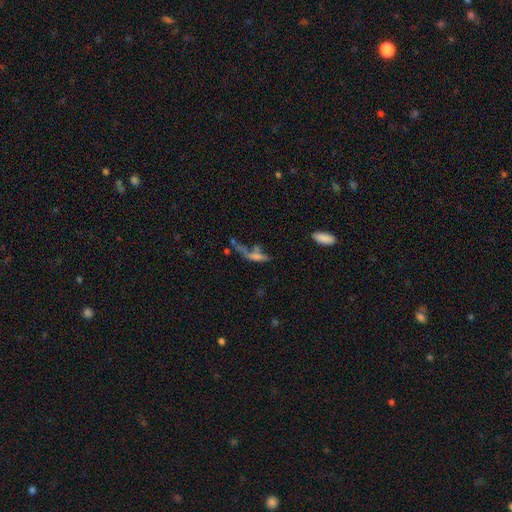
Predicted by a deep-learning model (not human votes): The model was most divided on "merging": none: 32%, merger: 28%, major disturbance: 25%, minor disturbance: 15%. Remaining: smooth or featured — smooth (44%).